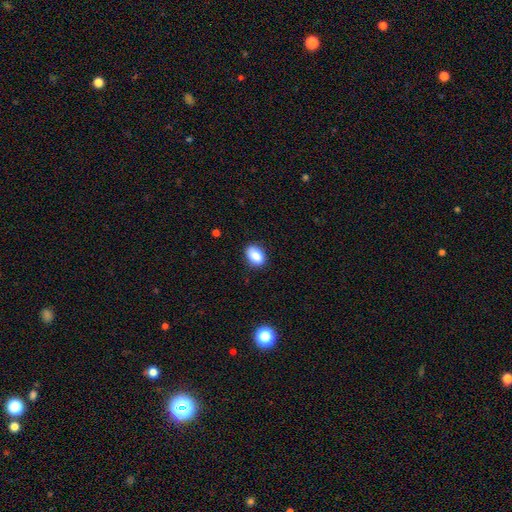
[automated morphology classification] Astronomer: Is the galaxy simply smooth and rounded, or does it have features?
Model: smooth — 87%.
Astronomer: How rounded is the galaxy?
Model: in between — 80%.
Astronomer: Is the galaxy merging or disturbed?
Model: none — 84%.